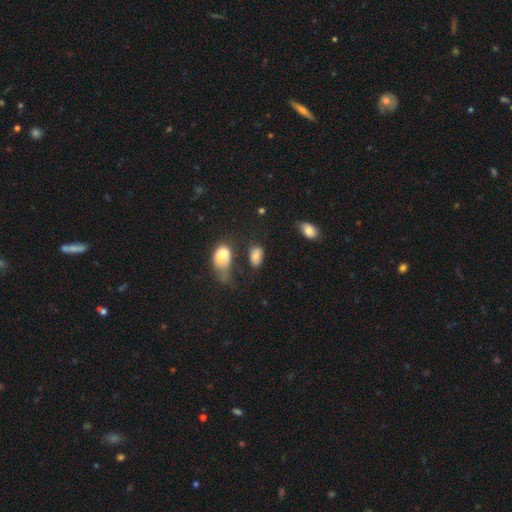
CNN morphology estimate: This is likely a smooth galaxy (77%). How rounded: clearly in between (89%). Merging: possibly none (52%).